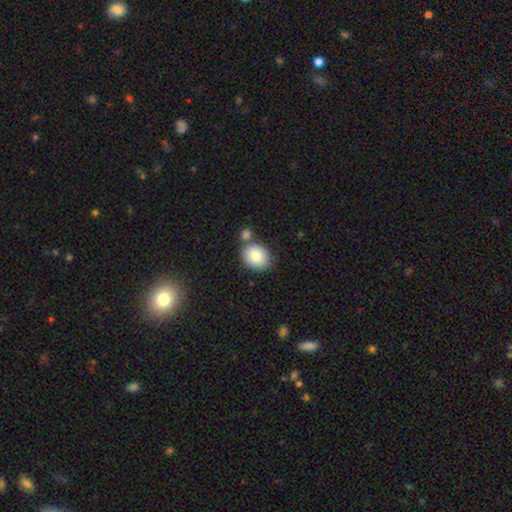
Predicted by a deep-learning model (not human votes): smooth_or_featured: smooth (p=0.84) [alt: star or artifact p=0.08]
how_rounded: round (p=0.52) [alt: in between p=0.47]
merging: none (p=0.62) [alt: merger p=0.22]